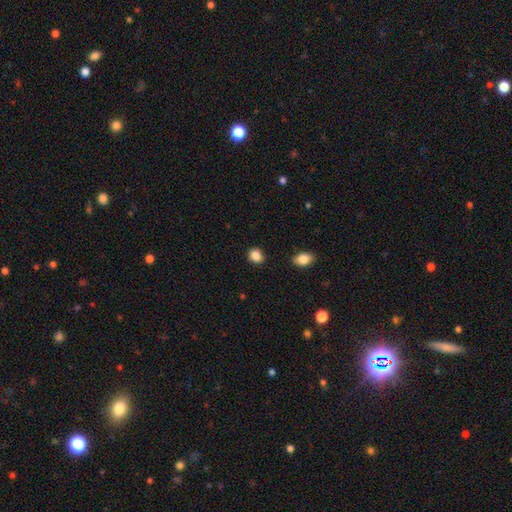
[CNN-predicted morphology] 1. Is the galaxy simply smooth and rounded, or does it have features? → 86% smooth, 9% star or artifact, 4% featured or disk.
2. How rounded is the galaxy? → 54% round, 45% in between, 1% cigar-shaped.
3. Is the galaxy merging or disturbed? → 84% none, 11% minor disturbance, 2% major disturbance, 2% merger.